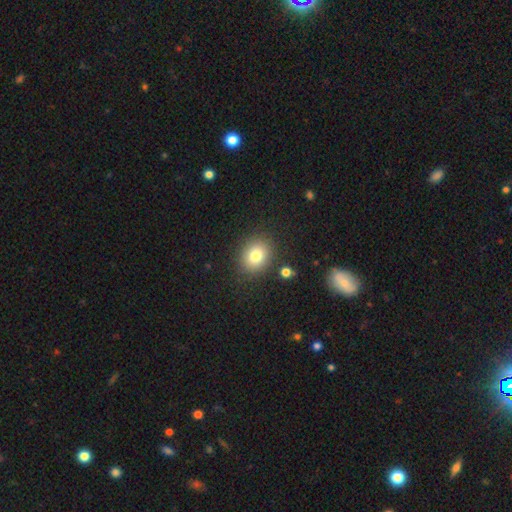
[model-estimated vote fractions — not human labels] A smooth galaxy with no disk features (79%) that is round (61%). Merging: none (86%).